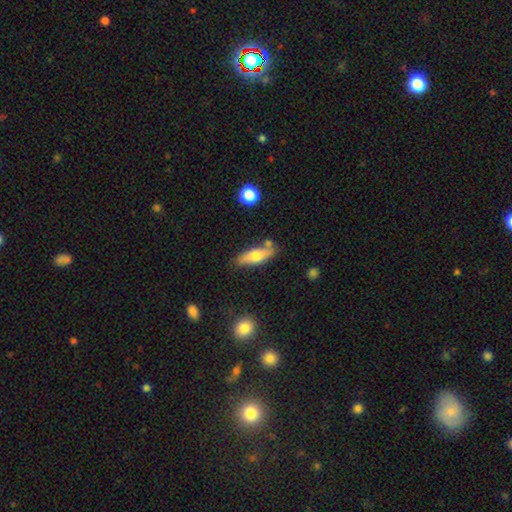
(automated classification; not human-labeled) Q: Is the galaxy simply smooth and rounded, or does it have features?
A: smooth — 59%.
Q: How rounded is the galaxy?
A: in between — 49%.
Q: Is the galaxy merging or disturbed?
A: none — 74%.